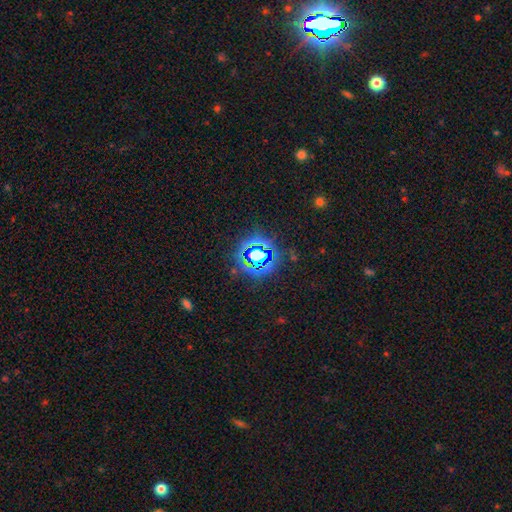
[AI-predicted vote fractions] Q: Smooth or featured?
A: star or artifact (71%); runner-up: smooth (18%)